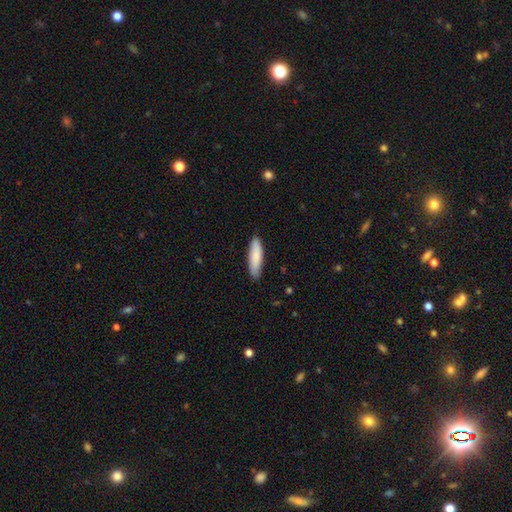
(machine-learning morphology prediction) Smooth or featured? Predicted: smooth (p=0.84). How rounded? Predicted: cigar-shaped (p=0.61). Merging? Predicted: none (p=0.87).